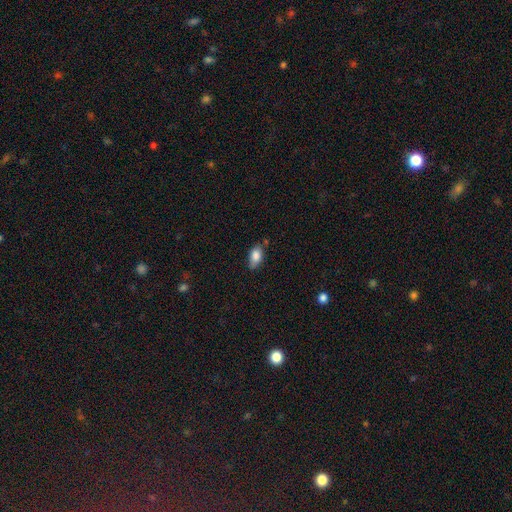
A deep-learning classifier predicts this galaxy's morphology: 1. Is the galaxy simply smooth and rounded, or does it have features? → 84% smooth, 8% featured or disk, 8% star or artifact.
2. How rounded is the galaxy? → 89% in between, 7% round, 4% cigar-shaped.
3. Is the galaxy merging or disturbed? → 67% none, 25% minor disturbance, 4% major disturbance, 4% merger.